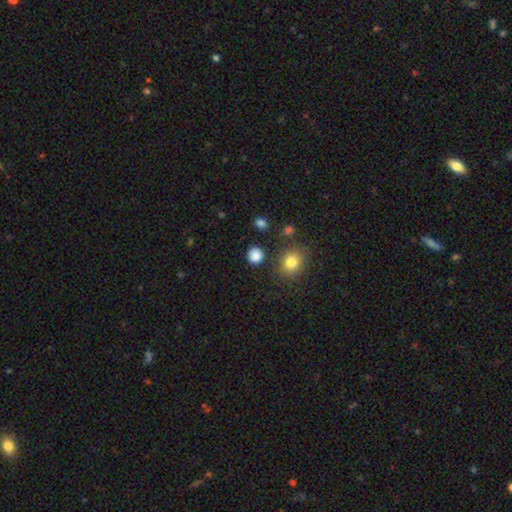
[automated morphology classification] Overall: smooth (85%). How rounded: round (87%). Merging: none (86%).